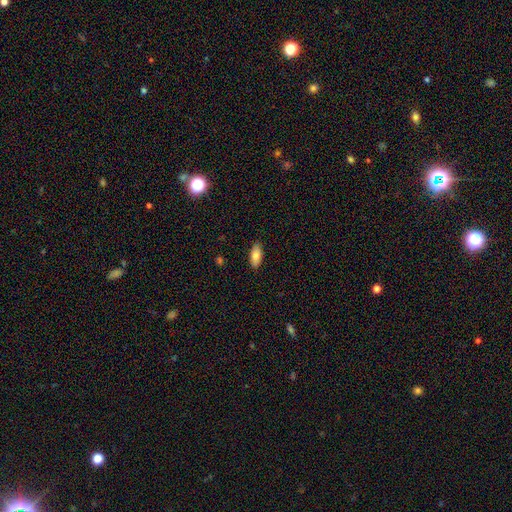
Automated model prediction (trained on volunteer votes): This is clearly a smooth galaxy (81%). How rounded: clearly in between (86%). Merging: clearly none (88%).